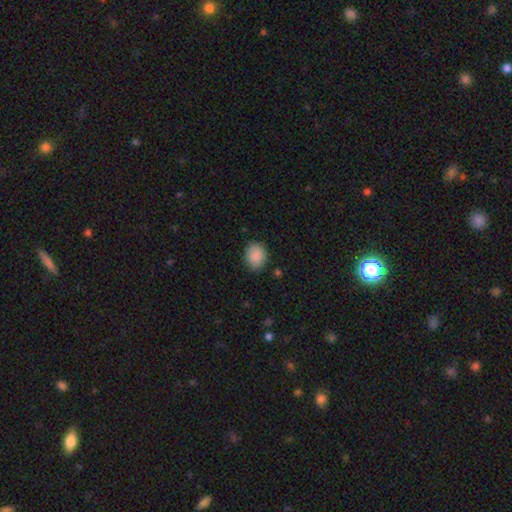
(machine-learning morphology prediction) Smooth or featured? smooth (89%)
How rounded? round (51%)
Merging? none (81%)